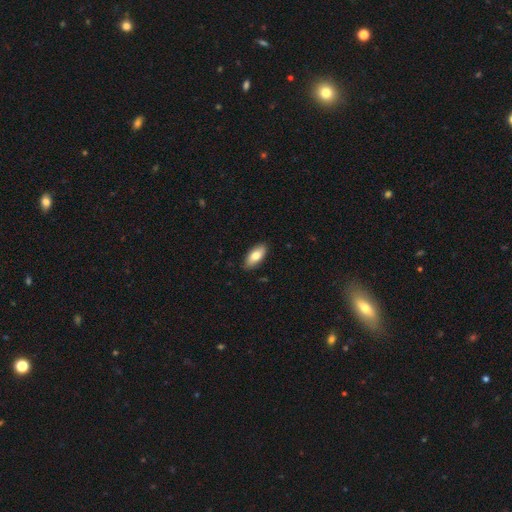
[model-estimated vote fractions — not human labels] Q: Smooth or featured?
A: smooth (79%); runner-up: featured or disk (15%)
Q: How rounded?
A: in between (89%); runner-up: cigar-shaped (9%)
Q: Merging?
A: none (88%); runner-up: minor disturbance (9%)